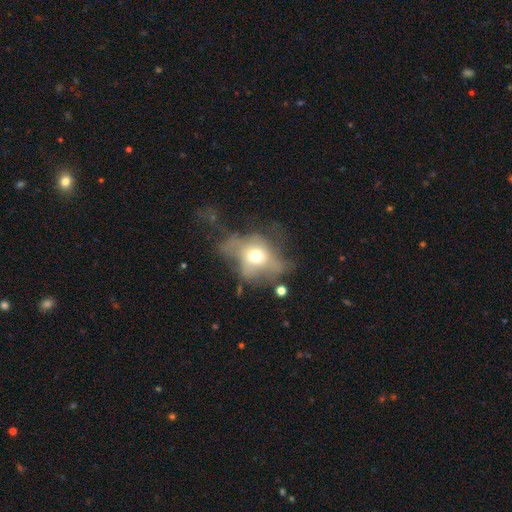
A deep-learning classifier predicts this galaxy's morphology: smooth-or-featured: smooth: 46% | featured or disk: 42% | star or artifact: 12%
  merging: major disturbance: 53% | none: 21% | minor disturbance: 19% | merger: 7%